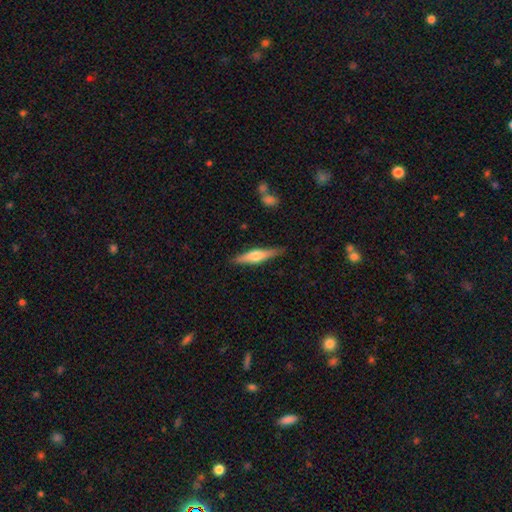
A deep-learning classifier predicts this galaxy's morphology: The model was most divided on "smooth or featured": featured or disk: 50%, smooth: 45%, star or artifact: 6%. More confident: merging — none (86%).